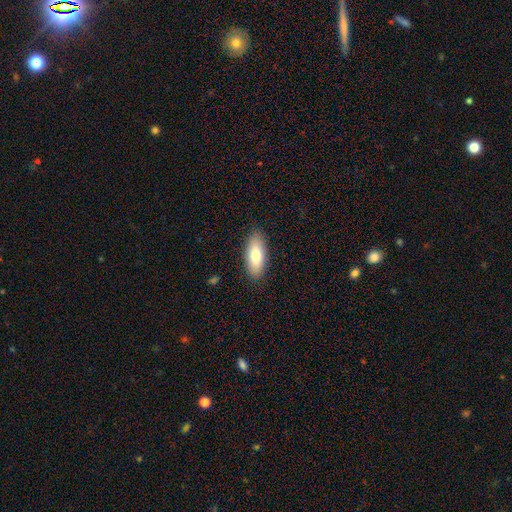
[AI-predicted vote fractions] smooth 78%, featured or disk 16%, star or artifact 6%. Down the decision tree: how rounded — in between (80%); merging — none (87%).